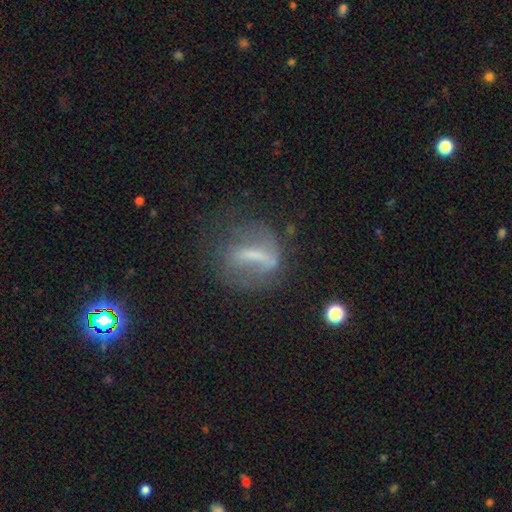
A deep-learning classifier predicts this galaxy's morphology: This is possibly a featured or disk galaxy (55%). It is clearly not viewed edge-on (84%). Merging: possibly none (49%).